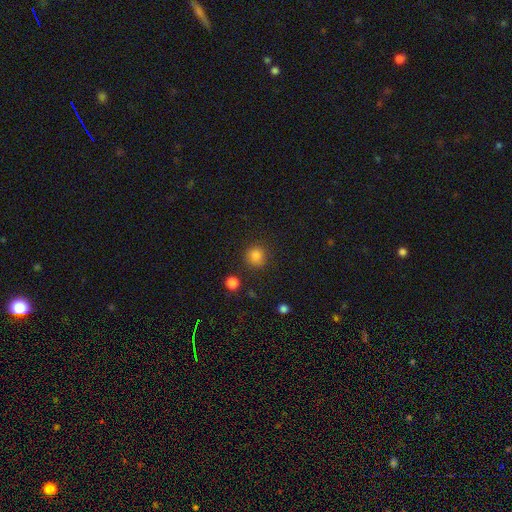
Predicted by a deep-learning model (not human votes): Overall: smooth (83%). How rounded: round (91%). Merging: none (85%).